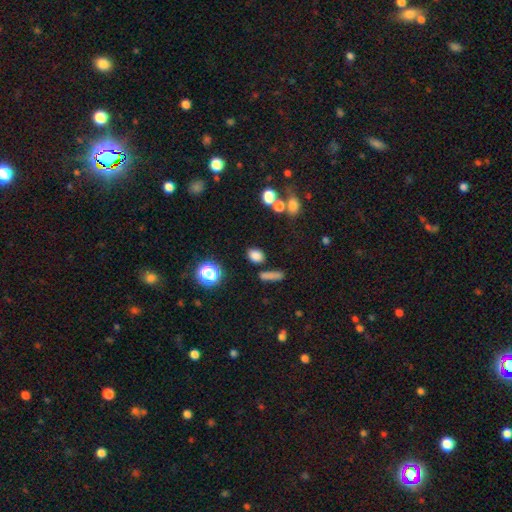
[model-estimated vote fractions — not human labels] This is likely a smooth galaxy (80%). How rounded: possibly in between (59%). Merging: likely none (76%).